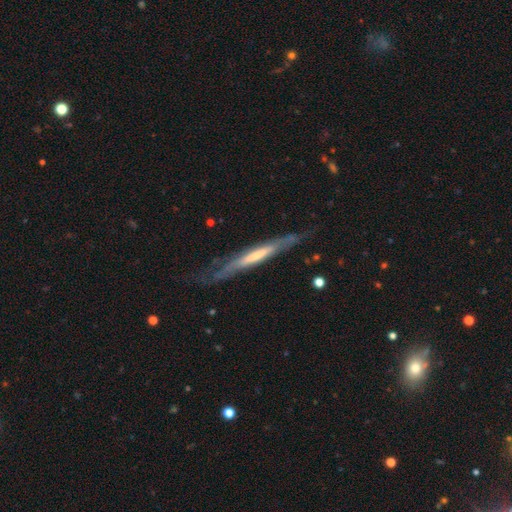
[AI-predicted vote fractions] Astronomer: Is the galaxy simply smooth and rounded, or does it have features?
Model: featured or disk — 68%.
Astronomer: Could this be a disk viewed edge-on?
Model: yes — 83%.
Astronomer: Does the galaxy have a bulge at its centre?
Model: none — 65%.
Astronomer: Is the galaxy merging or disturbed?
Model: none — 68%.